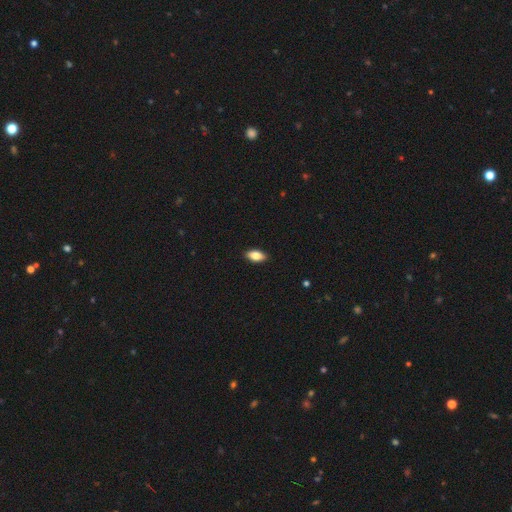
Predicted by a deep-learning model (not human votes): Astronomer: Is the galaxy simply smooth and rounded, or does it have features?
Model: smooth — 82%.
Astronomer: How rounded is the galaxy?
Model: in between — 90%.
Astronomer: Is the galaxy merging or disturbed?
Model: none — 90%.